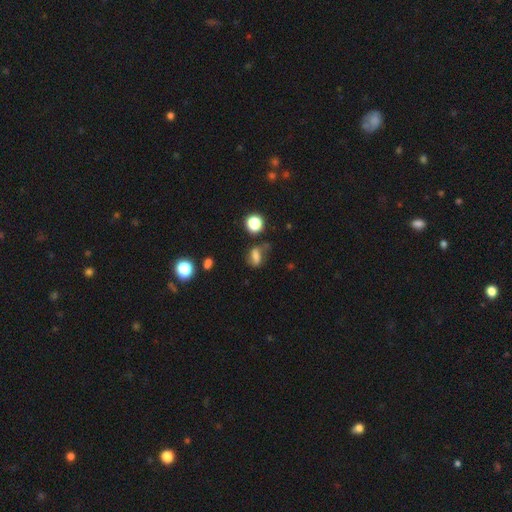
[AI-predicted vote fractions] Smooth or featured? smooth (59%)
How rounded? in between (67%)
Merging? none (51%)